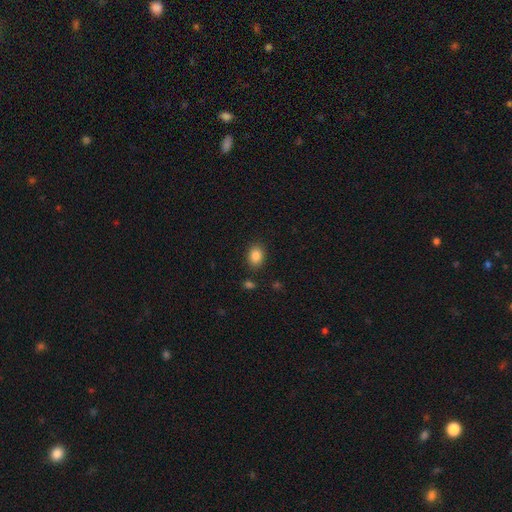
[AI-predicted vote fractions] smooth 86%, star or artifact 9%, featured or disk 5%. Down the decision tree: how rounded — in between (57%); merging — none (85%).